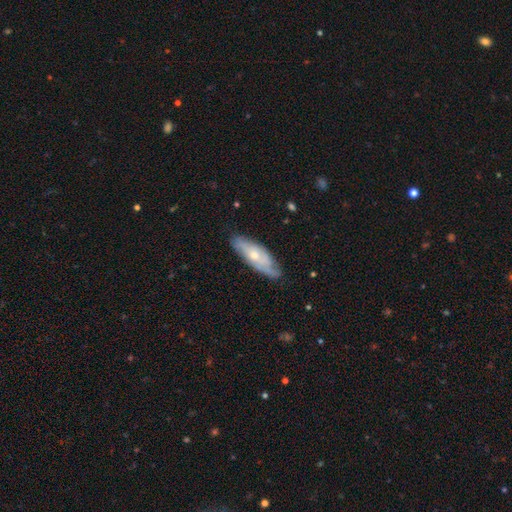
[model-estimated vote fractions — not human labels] Overall: featured or disk (56%; smooth 38%). Edge-on disk: no (73%). Merging: none (70%).